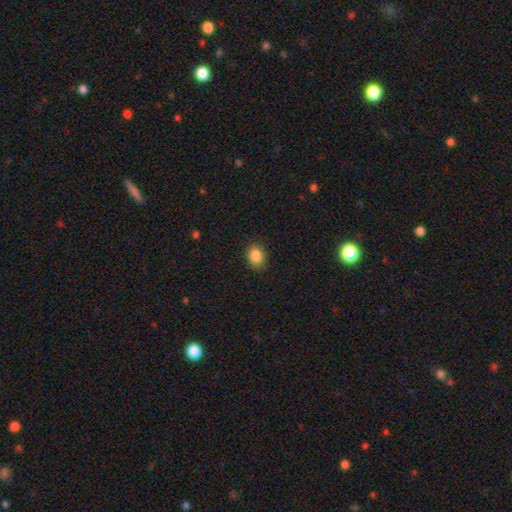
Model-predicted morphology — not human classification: A smooth galaxy with no disk features (87%) that is in between round and cigar-shaped (62%). Merging: none (87%).